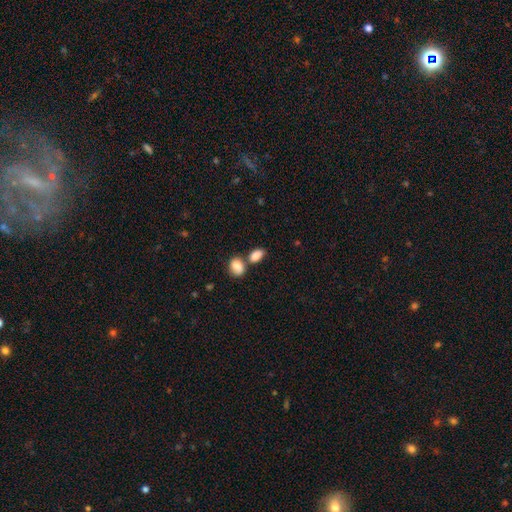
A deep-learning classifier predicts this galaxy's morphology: smooth 86%, star or artifact 8%, featured or disk 6%. Down the decision tree: how rounded — in between (85%); merging — none (46%).